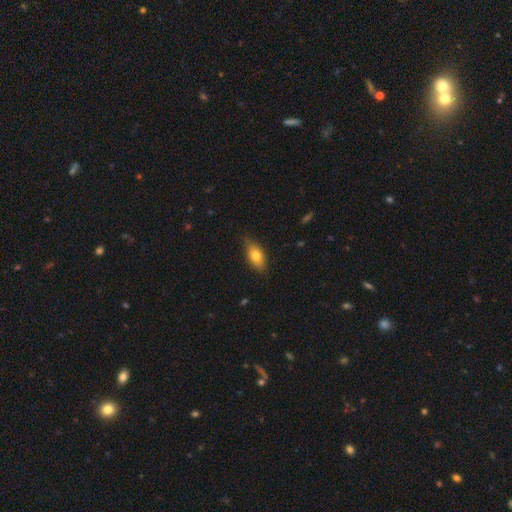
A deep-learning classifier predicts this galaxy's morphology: A smooth galaxy with no disk features (77%) that is in between round and cigar-shaped (85%). Merging: none (77%).